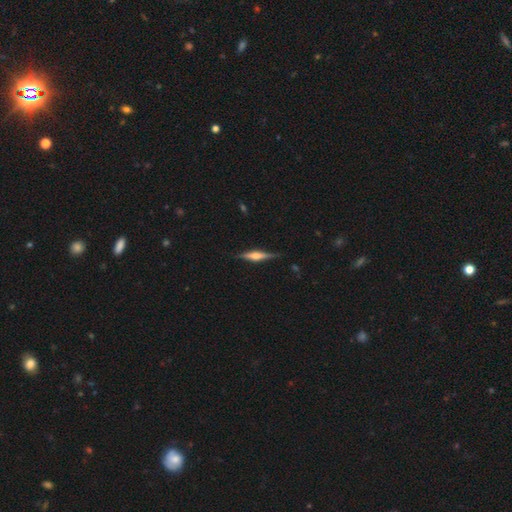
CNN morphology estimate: Smooth or featured: featured or disk — 74% (smooth — 21%)
Edge-on disk: yes — 98% (no — 2%)
Edge-on bulge: rounded — 83% (boxy — 13%)
Merging: none — 87% (minor disturbance — 10%)